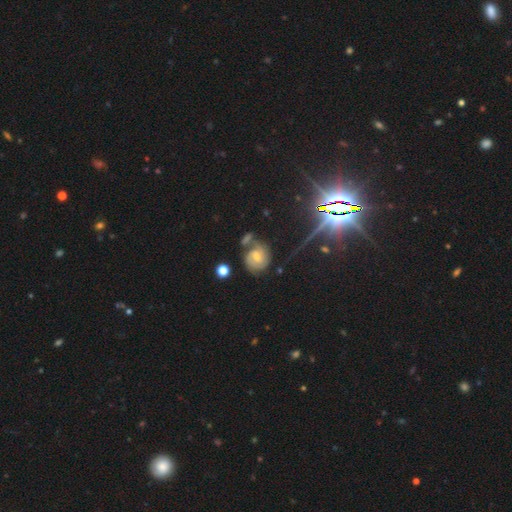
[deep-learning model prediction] smooth-or-featured: star or artifact: 45% | featured or disk: 36% | smooth: 19%